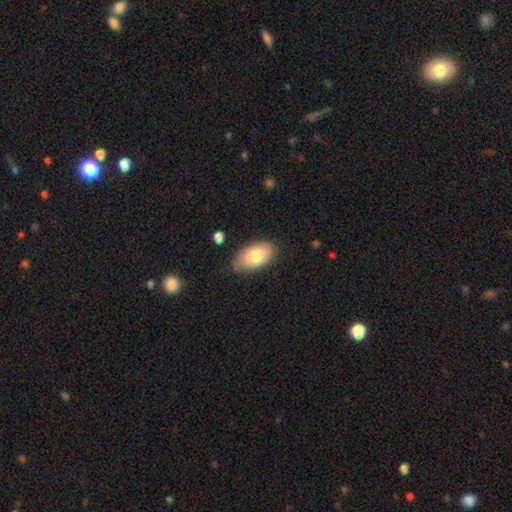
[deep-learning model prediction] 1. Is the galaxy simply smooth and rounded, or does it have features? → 77% smooth, 16% featured or disk, 6% star or artifact.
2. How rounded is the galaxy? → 94% in between, 4% round, 2% cigar-shaped.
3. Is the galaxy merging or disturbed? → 73% none, 21% minor disturbance, 4% major disturbance, 2% merger.